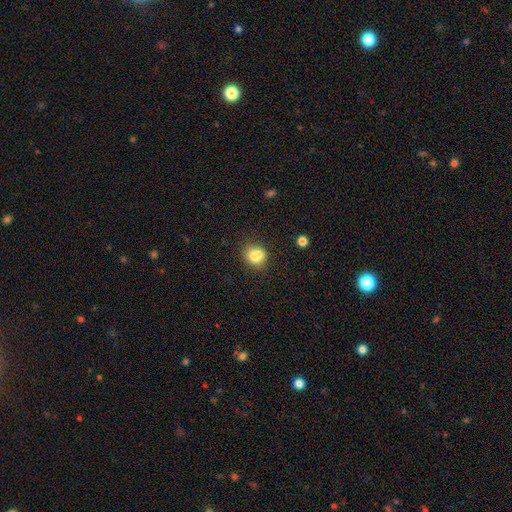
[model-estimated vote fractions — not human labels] Smooth or featured?
  - smooth: 77% *
  - featured or disk: 12%
  - star or artifact: 11%
How rounded?
  - round: 63% *
  - in between: 35%
  - cigar-shaped: 1%
Merging?
  - none: 55% *
  - merger: 24%
  - minor disturbance: 16%
  - major disturbance: 5%